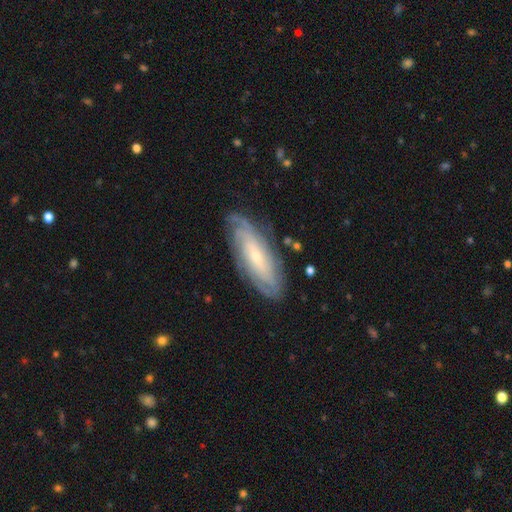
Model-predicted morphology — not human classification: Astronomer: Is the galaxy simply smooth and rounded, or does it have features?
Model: featured or disk — 79%.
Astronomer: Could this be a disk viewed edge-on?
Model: no — 85%.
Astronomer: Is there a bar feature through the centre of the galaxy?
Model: no — 63%.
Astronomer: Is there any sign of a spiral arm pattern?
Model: yes — 94%.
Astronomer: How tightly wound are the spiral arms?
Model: tight — 71%.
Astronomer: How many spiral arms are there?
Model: can't tell — 45%.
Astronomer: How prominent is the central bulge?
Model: small — 73%.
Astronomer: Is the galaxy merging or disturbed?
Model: none — 80%.